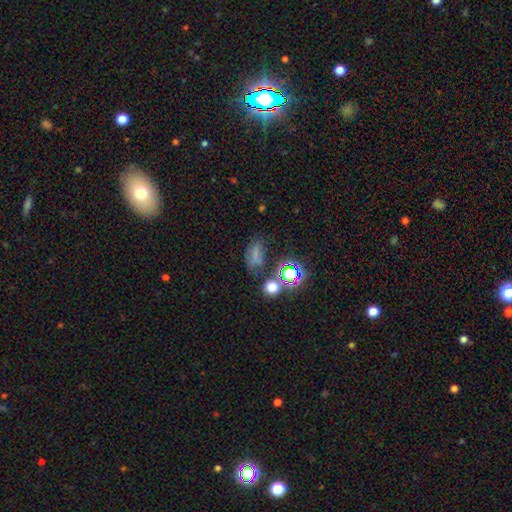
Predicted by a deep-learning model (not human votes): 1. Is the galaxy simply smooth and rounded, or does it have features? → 59% smooth, 28% star or artifact, 12% featured or disk.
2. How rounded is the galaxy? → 75% in between, 22% round, 3% cigar-shaped.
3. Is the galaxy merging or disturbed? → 58% none, 21% minor disturbance, 11% merger, 11% major disturbance.